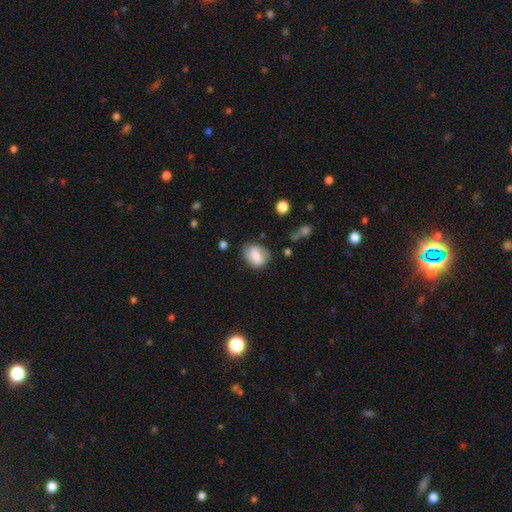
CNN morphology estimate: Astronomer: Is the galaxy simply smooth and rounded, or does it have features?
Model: smooth — 75%.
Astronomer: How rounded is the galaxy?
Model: in between — 65%.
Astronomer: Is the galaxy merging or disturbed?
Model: none — 62%.